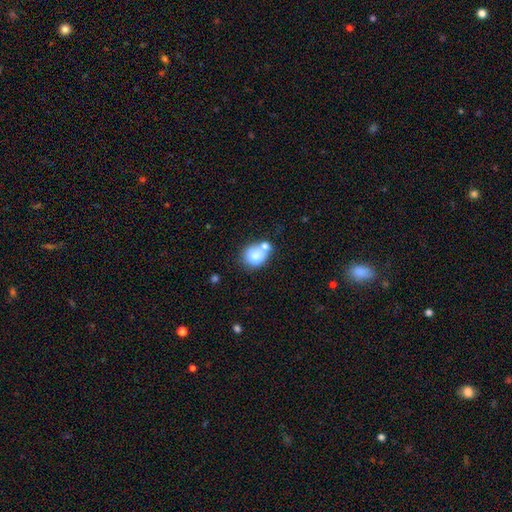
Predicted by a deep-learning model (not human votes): Smooth or featured?
  - smooth: 77% *
  - featured or disk: 13%
  - star or artifact: 9%
How rounded?
  - round: 65% *
  - in between: 34%
  - cigar-shaped: 1%
Merging?
  - none: 46% *
  - merger: 35%
  - minor disturbance: 14%
  - major disturbance: 5%